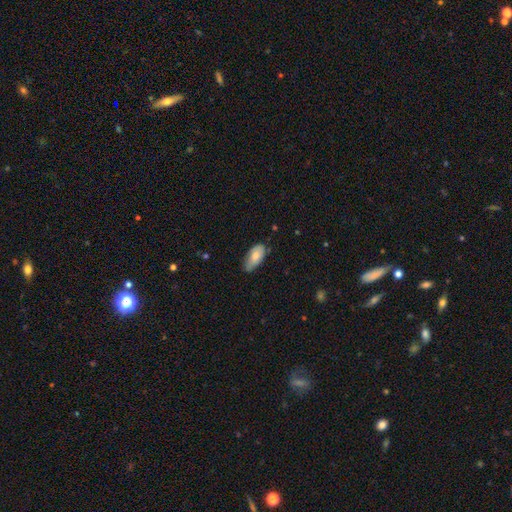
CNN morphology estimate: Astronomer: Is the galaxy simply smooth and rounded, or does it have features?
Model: smooth — 73%.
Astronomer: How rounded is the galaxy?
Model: in between — 91%.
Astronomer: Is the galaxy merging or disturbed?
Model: none — 60%.